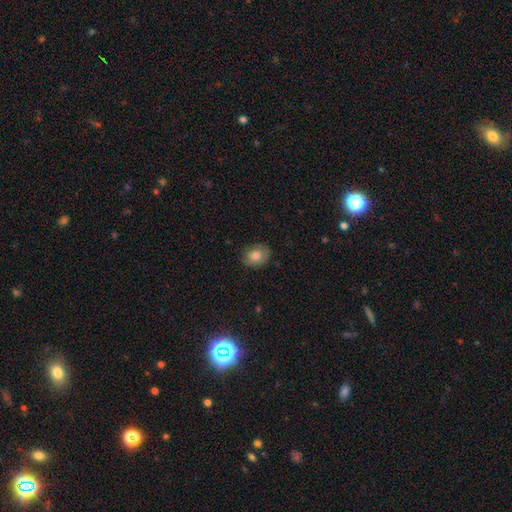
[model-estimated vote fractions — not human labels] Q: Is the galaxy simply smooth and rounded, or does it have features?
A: smooth — 77%.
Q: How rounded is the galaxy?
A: round — 53%.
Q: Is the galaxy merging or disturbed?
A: none — 80%.